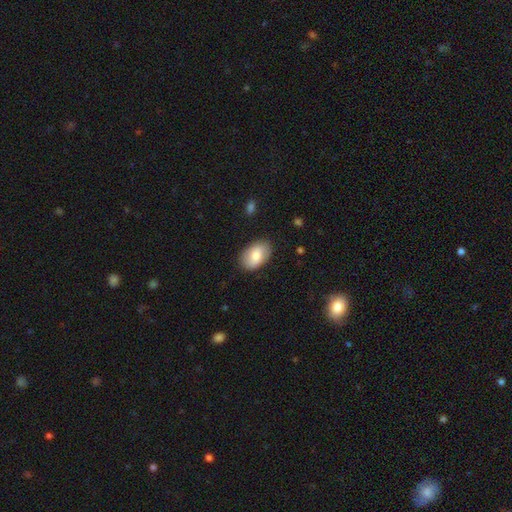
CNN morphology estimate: The model was most divided on "smooth or featured": smooth: 78%, featured or disk: 16%, star or artifact: 6%. More confident: how rounded — in between (91%); merging — none (85%).